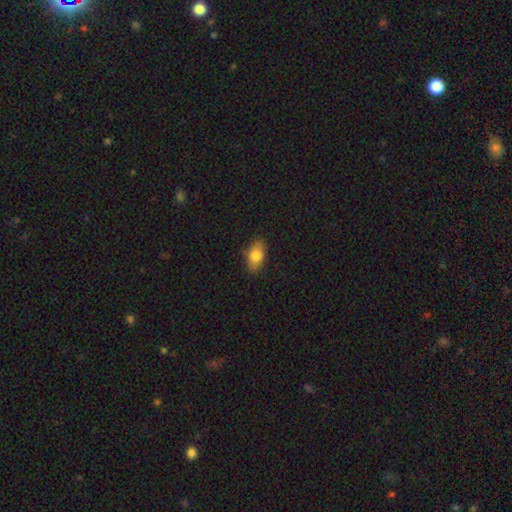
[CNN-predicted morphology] A smooth galaxy with no disk features (79%) that is in between round and cigar-shaped (88%).

Vote fractions:
- Smooth or featured? smooth: 79% / featured or disk: 14% / star or artifact: 7%
- How rounded? in between: 88% / round: 7% / cigar-shaped: 6%
- Merging? none: 84% / minor disturbance: 13% / major disturbance: 3% / merger: 1%